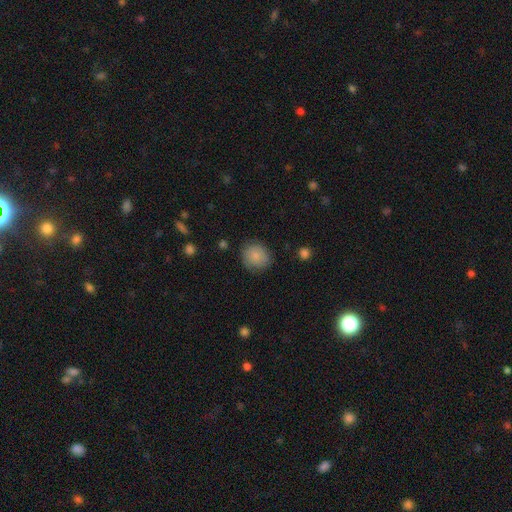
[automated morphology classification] Smooth or featured?
  - smooth: 85% *
  - star or artifact: 8%
  - featured or disk: 6%
How rounded?
  - round: 81% *
  - in between: 18%
  - cigar-shaped: 1%
Merging?
  - none: 82% *
  - minor disturbance: 13%
  - major disturbance: 3%
  - merger: 1%